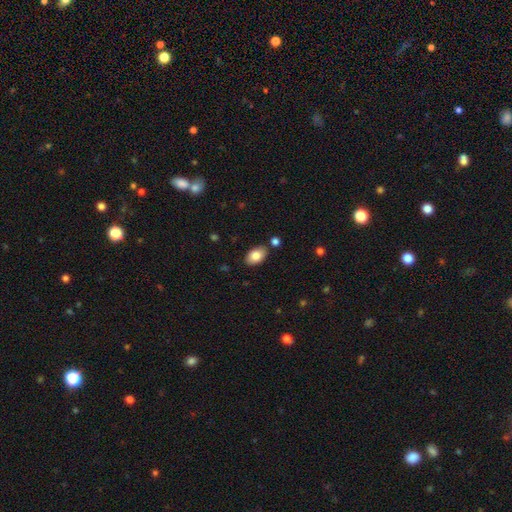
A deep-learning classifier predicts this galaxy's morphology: type=smooth (84%); roundness=in between (90%); merging=none (83%).